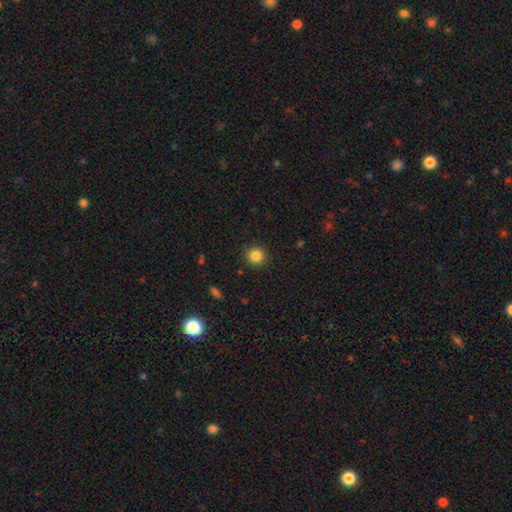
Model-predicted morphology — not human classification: This is clearly a smooth galaxy (84%). How rounded: clearly round (93%). Merging: clearly none (91%).